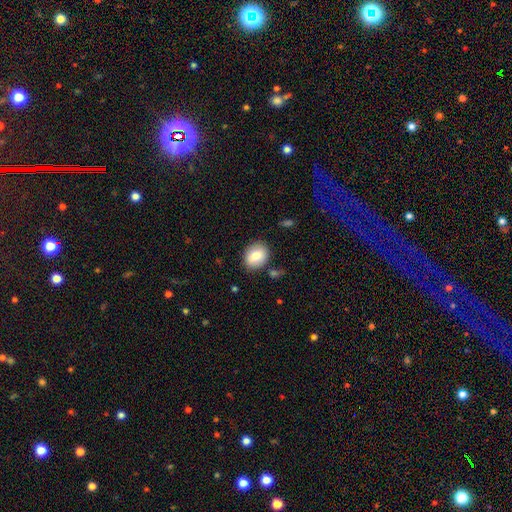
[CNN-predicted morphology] smooth_or_featured: smooth (p=0.78) [alt: featured or disk p=0.14]
how_rounded: round (p=0.53) [alt: in between p=0.46]
merging: none (p=0.83) [alt: minor disturbance p=0.11]